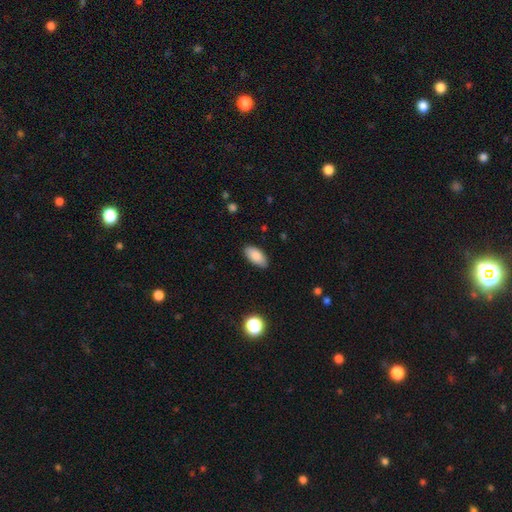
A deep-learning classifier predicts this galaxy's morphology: A smooth galaxy with no disk features (86%) that is in between round and cigar-shaped (92%).

Vote fractions:
- Smooth or featured? smooth: 86% / featured or disk: 7% / star or artifact: 7%
- How rounded? in between: 92% / cigar-shaped: 5% / round: 3%
- Merging? none: 86% / minor disturbance: 11% / major disturbance: 2% / merger: 1%